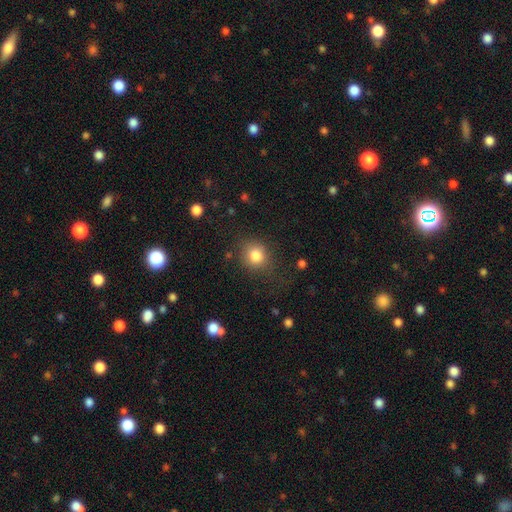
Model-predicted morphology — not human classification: smooth-or-featured: smooth: 83% | star or artifact: 11% | featured or disk: 7%
  how-rounded: round: 81% | in between: 18% | cigar-shaped: 1%
  merging: none: 77% | minor disturbance: 15% | major disturbance: 7% | merger: 2%